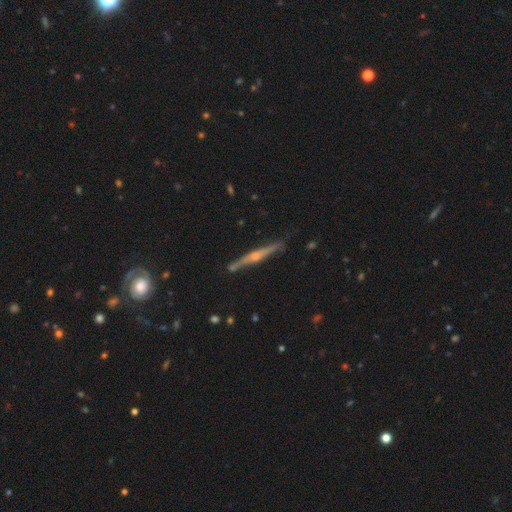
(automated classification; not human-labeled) A featured or disk galaxy (78%) viewed edge-on (98%) with a rounded central bulge (81%).

Vote fractions:
- Smooth or featured? featured or disk: 78% / smooth: 15% / star or artifact: 6%
- Edge-on disk? yes: 98% / no: 2%
- Edge-on bulge? rounded: 81% / none: 12% / boxy: 7%
- Merging? none: 87% / minor disturbance: 10% / merger: 2% / major disturbance: 2%